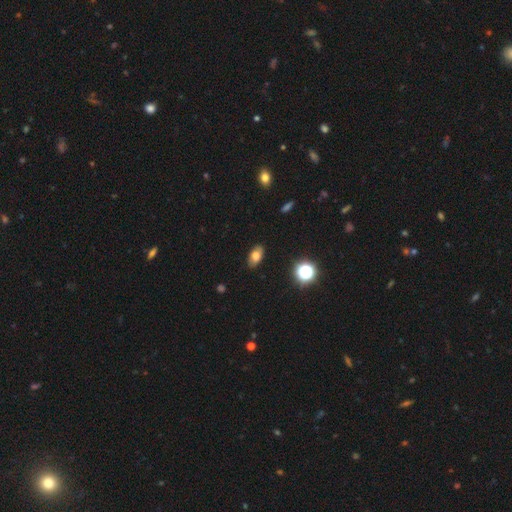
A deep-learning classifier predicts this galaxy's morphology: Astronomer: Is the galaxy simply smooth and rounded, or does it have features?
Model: smooth — 74%.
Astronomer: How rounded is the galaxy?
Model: in between — 89%.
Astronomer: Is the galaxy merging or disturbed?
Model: none — 86%.